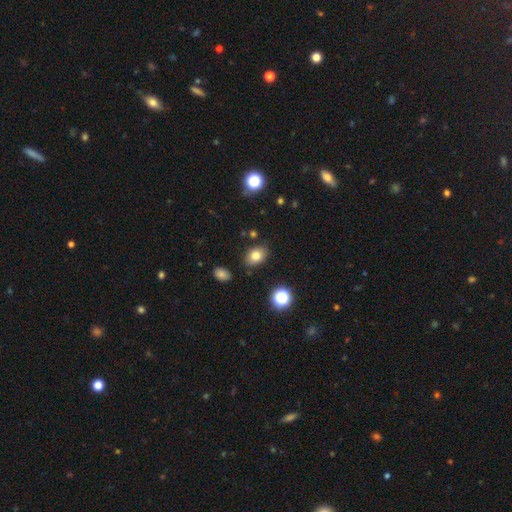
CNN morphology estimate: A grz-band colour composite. It shows a smooth galaxy with no disk features (79%) that is in between round and cigar-shaped (75%). Merging: none (83%).